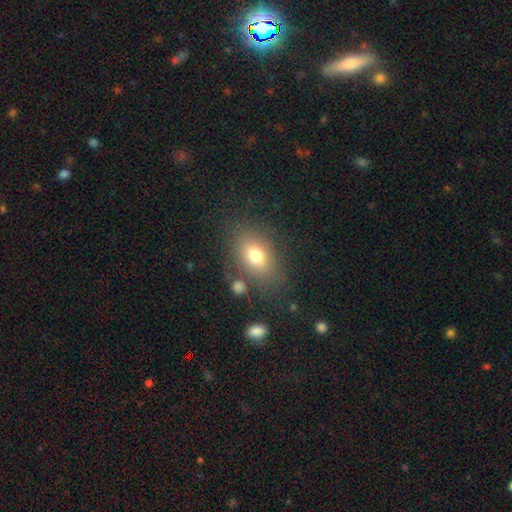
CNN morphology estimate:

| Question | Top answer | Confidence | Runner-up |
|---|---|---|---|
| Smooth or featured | smooth | 74% | featured or disk (14%) |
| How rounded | in between | 76% | round (22%) |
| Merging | none | 74% | minor disturbance (14%) |